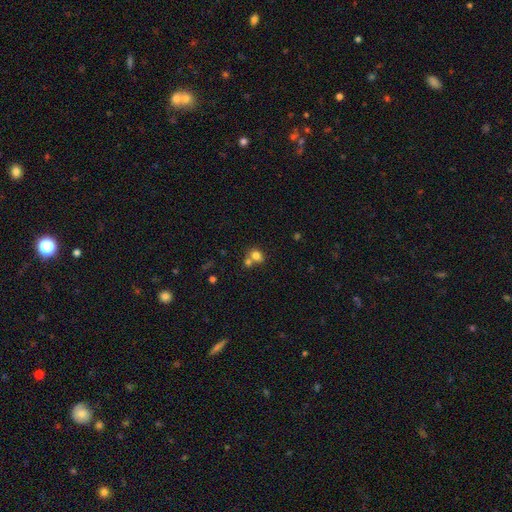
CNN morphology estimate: Smooth or featured?
  - smooth: 78% *
  - star or artifact: 12%
  - featured or disk: 10%
How rounded?
  - round: 54% *
  - in between: 45%
  - cigar-shaped: 1%
Merging?
  - merger: 44% *
  - none: 42%
  - minor disturbance: 9%
  - major disturbance: 4%